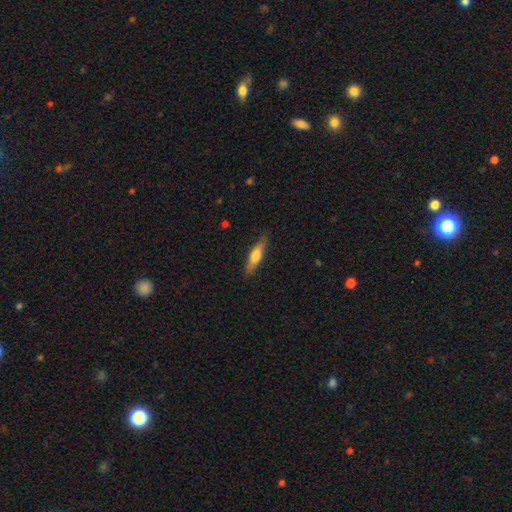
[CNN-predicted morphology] Smooth or featured? Predicted: smooth (p=0.62). How rounded? Predicted: cigar-shaped (p=0.69). Merging? Predicted: none (p=0.85).